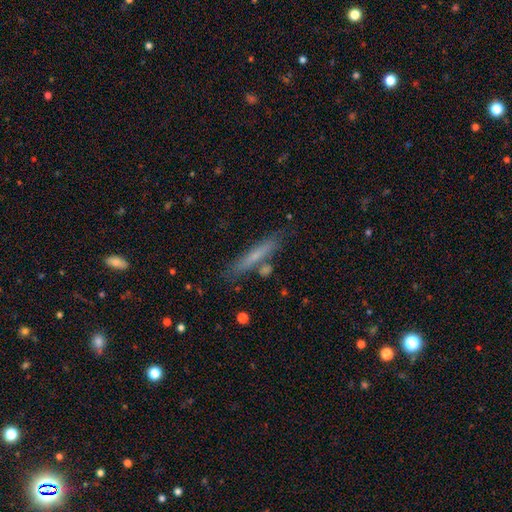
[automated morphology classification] The model was most divided on "smooth or featured": smooth: 59%, featured or disk: 33%, star or artifact: 7%. More confident: how rounded — cigar-shaped (92%); merging — none (81%).